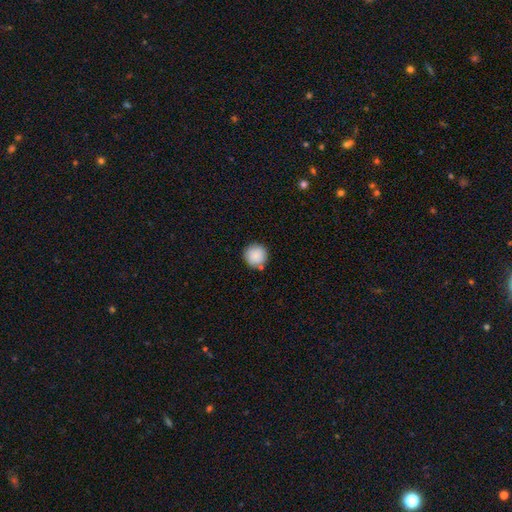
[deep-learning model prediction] smooth_or_featured: smooth (p=0.89) [alt: star or artifact p=0.08]
how_rounded: round (p=0.96) [alt: in between p=0.03]
merging: none (p=0.85) [alt: minor disturbance p=0.08]